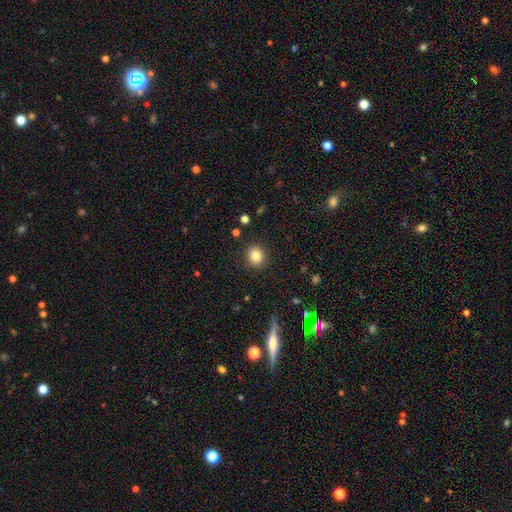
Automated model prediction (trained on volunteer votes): Morphology: type=smooth (83%); roundness=round (78%); merging=none (88%).